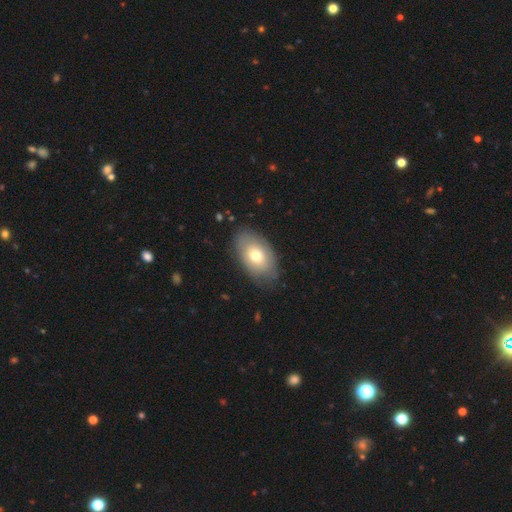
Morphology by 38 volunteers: type=smooth (68%); roundness=in between (85%); merging=none (89%).